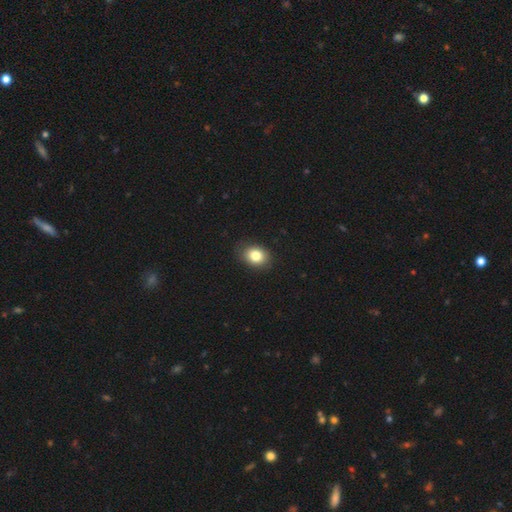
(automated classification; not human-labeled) This is clearly a smooth galaxy (83%). How rounded: possibly in between (58%). Merging: clearly none (85%).